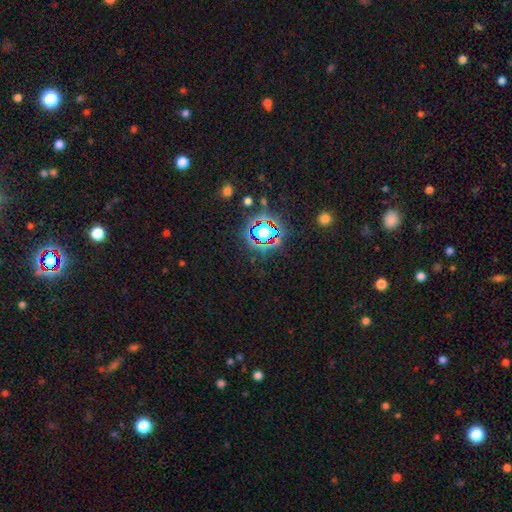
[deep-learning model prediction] Smooth or featured? star or artifact (77%)